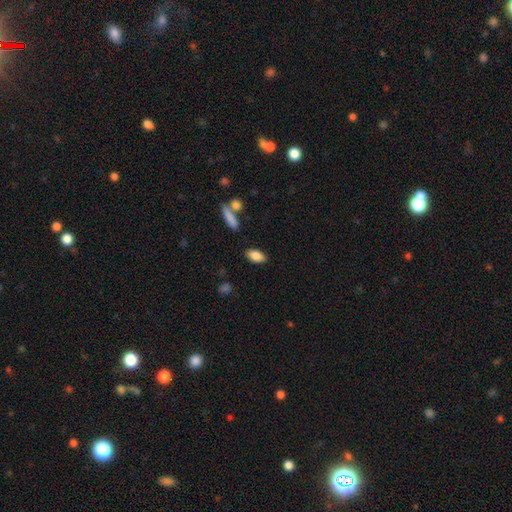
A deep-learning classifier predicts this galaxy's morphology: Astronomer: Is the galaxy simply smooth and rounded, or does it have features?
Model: smooth — 84%.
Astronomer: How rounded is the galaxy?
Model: in between — 89%.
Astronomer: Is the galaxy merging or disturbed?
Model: none — 85%.